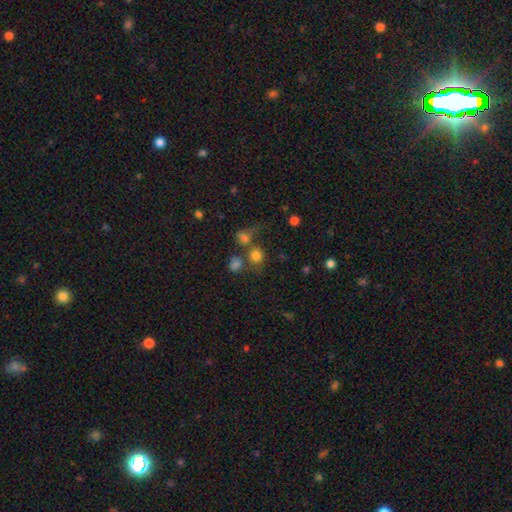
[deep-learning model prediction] This is likely a smooth galaxy (77%). How rounded: clearly round (83%). Merging: possibly none (53%).